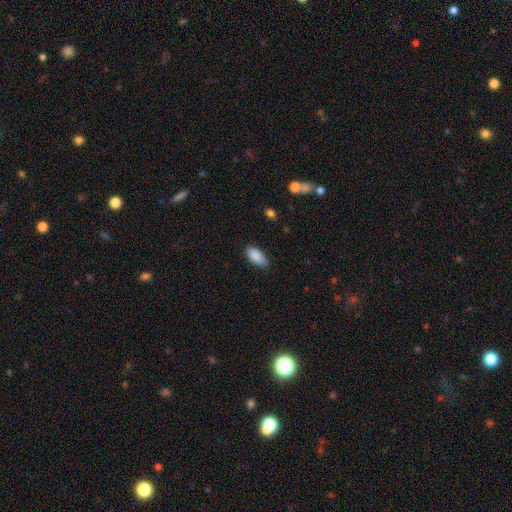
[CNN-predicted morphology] type=smooth (90%); roundness=in between (88%); merging=none (82%).